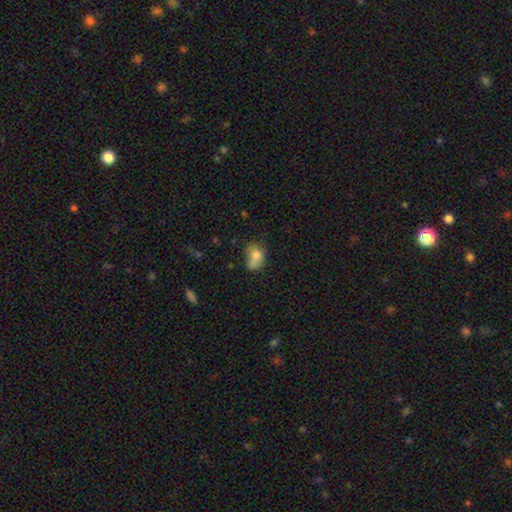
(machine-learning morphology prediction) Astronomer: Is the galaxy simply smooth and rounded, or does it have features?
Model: smooth — 74%.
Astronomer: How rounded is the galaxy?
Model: in between — 61% (runner-up: round, 38%).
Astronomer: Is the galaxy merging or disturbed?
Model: none — 34% (runner-up: minor disturbance, 27%).